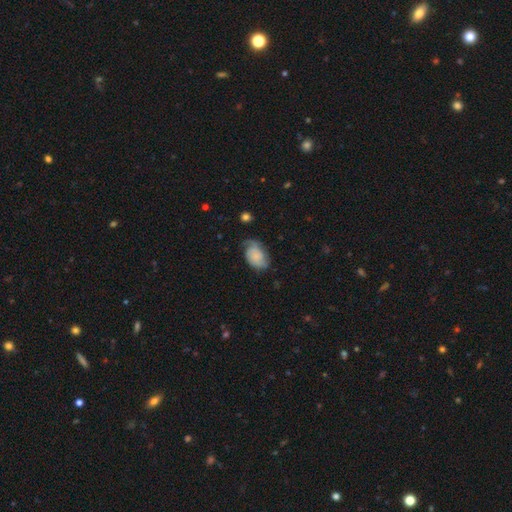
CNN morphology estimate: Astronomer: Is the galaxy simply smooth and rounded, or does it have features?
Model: smooth — 49% (runner-up: featured or disk, 43%).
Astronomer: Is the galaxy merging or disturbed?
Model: none — 52% (runner-up: minor disturbance, 32%).